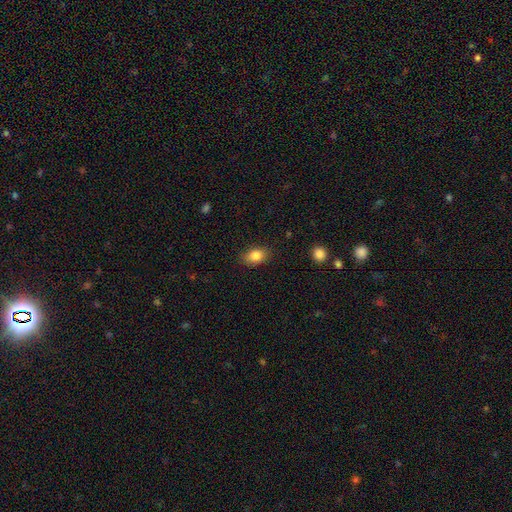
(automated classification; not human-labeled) A smooth galaxy with no disk features (84%) that is in between round and cigar-shaped (77%). Merging: none (85%).